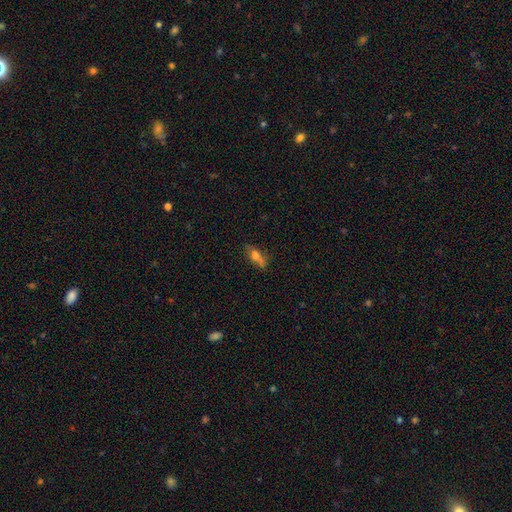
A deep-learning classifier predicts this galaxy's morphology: smooth-or-featured: smooth: 58% | featured or disk: 28% | star or artifact: 14%
  how-rounded: in between: 63% | cigar-shaped: 30% | round: 8%
  merging: none: 54% | minor disturbance: 23% | merger: 14% | major disturbance: 10%